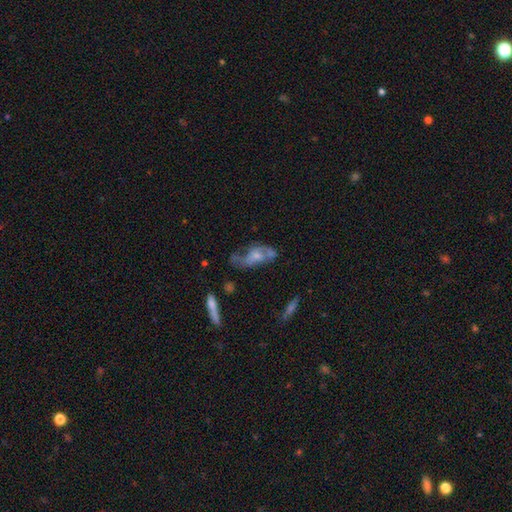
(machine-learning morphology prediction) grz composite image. It shows a featured or disk galaxy (63%) with no bar (73%), spiral arms (63%) and a small central bulge (42%). Merging: none (43%).